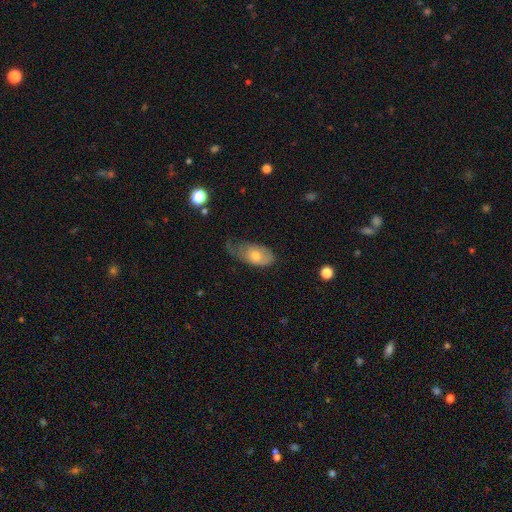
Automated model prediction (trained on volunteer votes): This is likely a smooth galaxy (63%). How rounded: clearly in between (91%). Merging: marginally minor disturbance (38%).